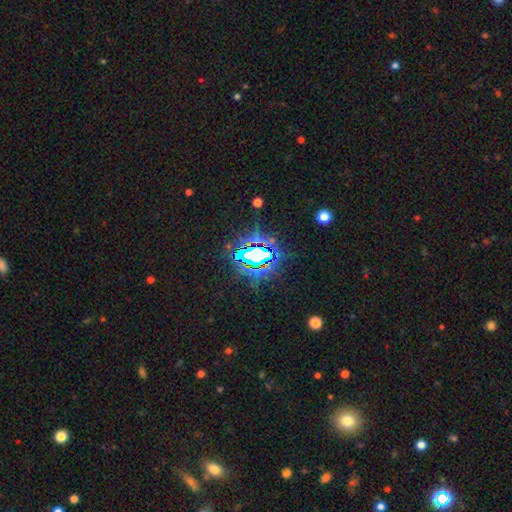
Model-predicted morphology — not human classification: This is likely a star or artifact rather than a galaxy (75%).